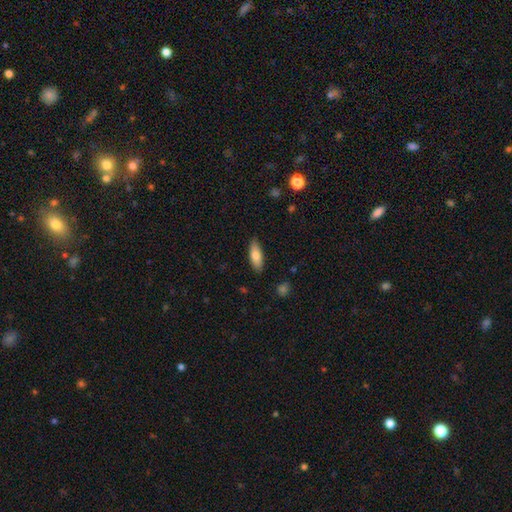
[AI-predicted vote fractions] smooth_or_featured: smooth (p=0.79) [alt: featured or disk p=0.15]
how_rounded: in between (p=0.66) [alt: cigar-shaped p=0.32]
merging: none (p=0.86) [alt: minor disturbance p=0.10]